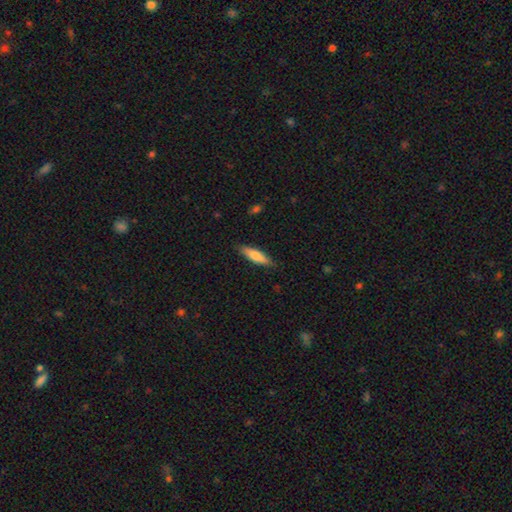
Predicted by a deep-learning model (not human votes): smooth 77%, featured or disk 18%, star or artifact 6%. Down the decision tree: how rounded — cigar-shaped (61%); merging — none (84%).